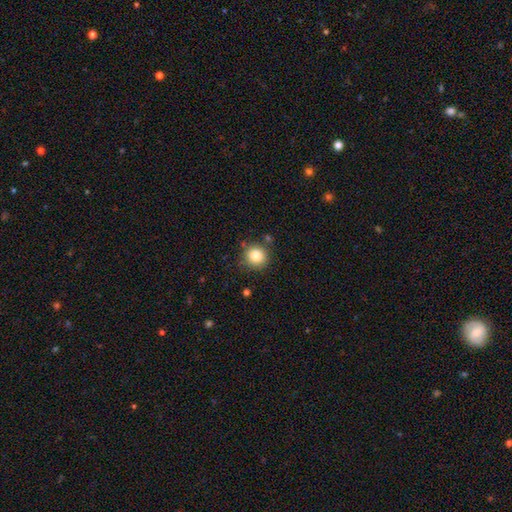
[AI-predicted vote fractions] This is clearly a smooth galaxy (83%). How rounded: clearly round (92%). Merging: clearly none (83%).